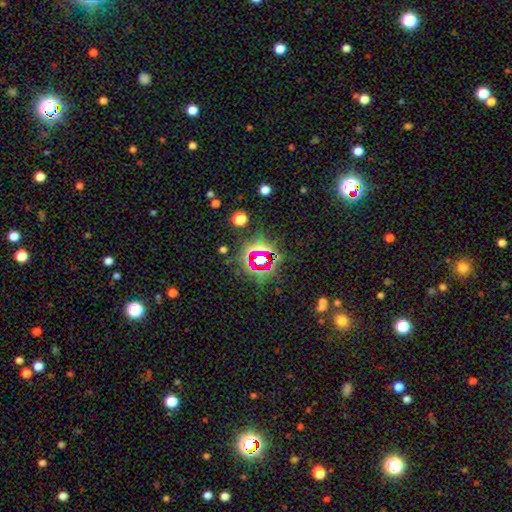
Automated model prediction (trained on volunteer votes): Smooth or featured? Predicted: star or artifact (p=0.75).